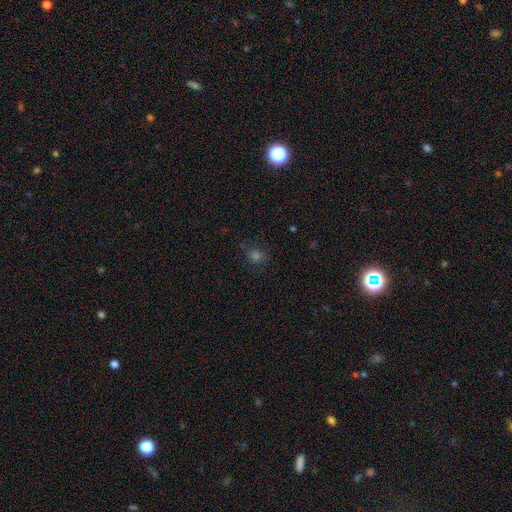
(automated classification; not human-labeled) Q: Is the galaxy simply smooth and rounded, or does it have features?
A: smooth — 63%.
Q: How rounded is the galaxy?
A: round — 78%.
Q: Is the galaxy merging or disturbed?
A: none — 79%.